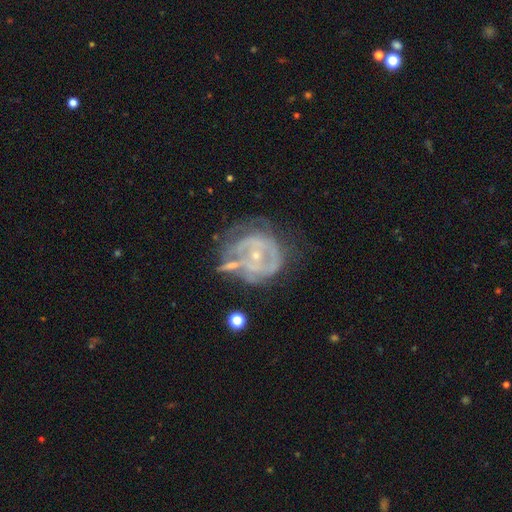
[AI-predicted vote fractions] Q: Smooth or featured?
A: featured or disk (77%); runner-up: smooth (14%)
Q: Edge-on disk?
A: no (97%); runner-up: yes (3%)
Q: Bar?
A: no (70%); runner-up: weak (22%)
Q: Spiral arms?
A: yes (70%); runner-up: no (30%)
Q: Spiral winding?
A: tight (59%); runner-up: medium (29%)
Q: Spiral arm count?
A: can't tell (46%); runner-up: 2 (23%)
Q: Bulge size?
A: small (76%); runner-up: moderate (19%)
Q: Merging?
A: none (38%); runner-up: major disturbance (27%)